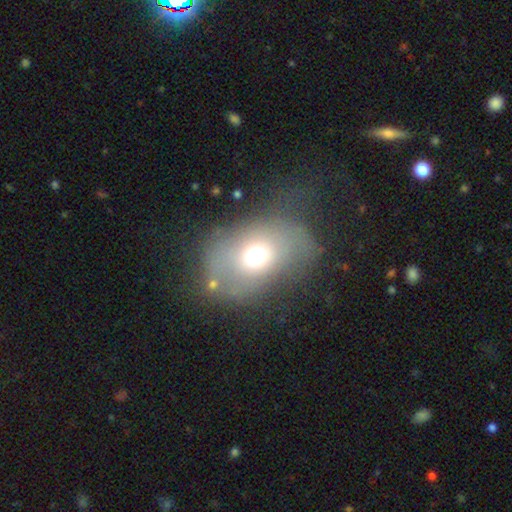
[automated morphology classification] The model was most divided on "merging": none: 51%, major disturbance: 24%, minor disturbance: 20%, merger: 5%. More confident: how rounded — in between (65%); smooth or featured — smooth (59%).